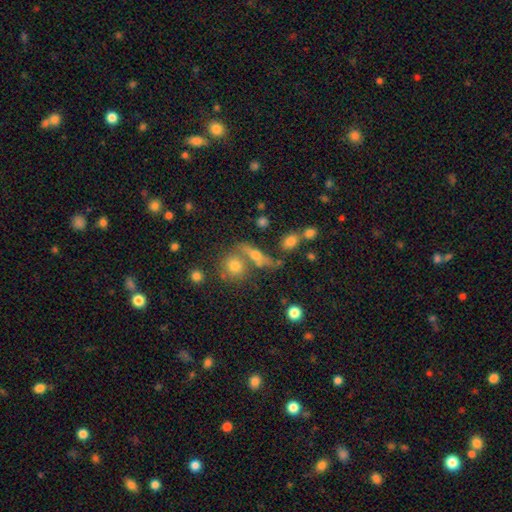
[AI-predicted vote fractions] This is possibly a smooth galaxy (49%). Merging: possibly none (55%).